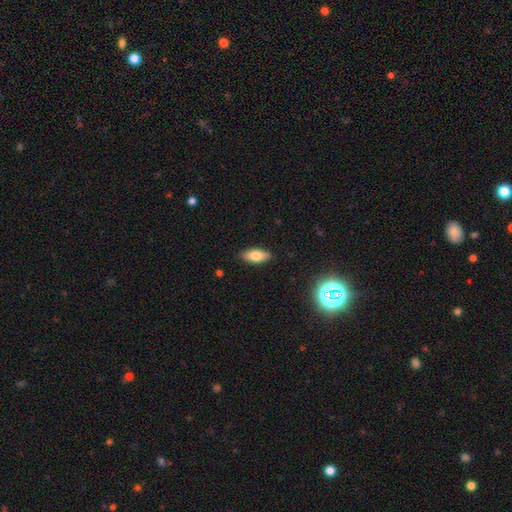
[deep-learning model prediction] The model was most divided on "smooth or featured": smooth: 77%, featured or disk: 15%, star or artifact: 8%. More confident: merging — none (88%); how rounded — in between (83%).